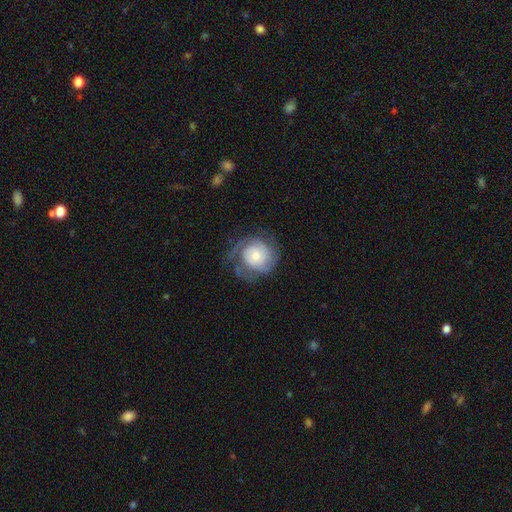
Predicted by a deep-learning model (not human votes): Smooth or featured? featured or disk (58%)
Edge-on disk? no (98%)
Bar? no (78%)
Spiral arms? yes (85%)
Bulge size? small (39%)
Merging? none (53%)